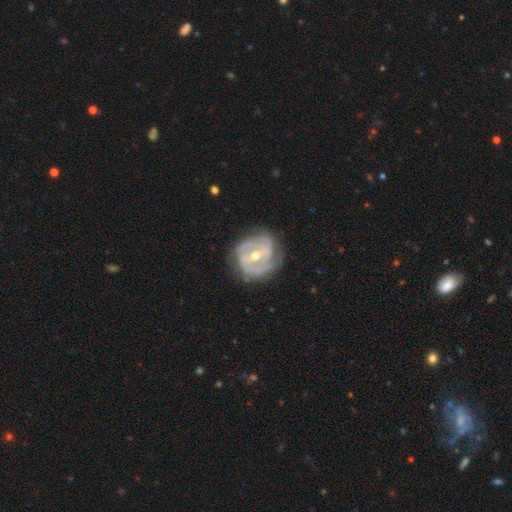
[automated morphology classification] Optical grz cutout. It shows a featured or disk galaxy (84%) with a weak bar (45%), 2 (44%) tight (55%) spiral arms (88%) and a moderate central bulge (61%). Merging: none (71%).